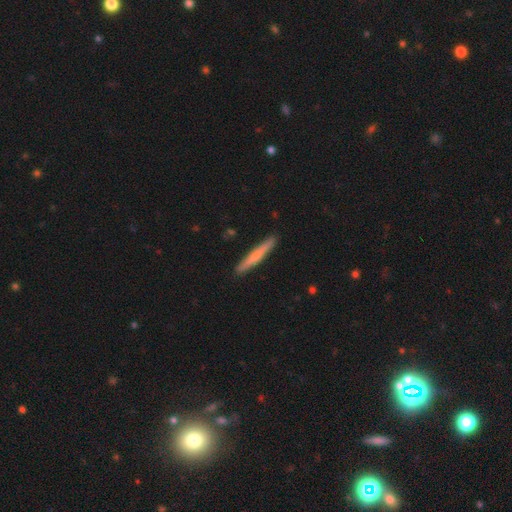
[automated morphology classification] This is likely a smooth galaxy (63%). How rounded: clearly cigar-shaped (96%). Merging: clearly none (91%).